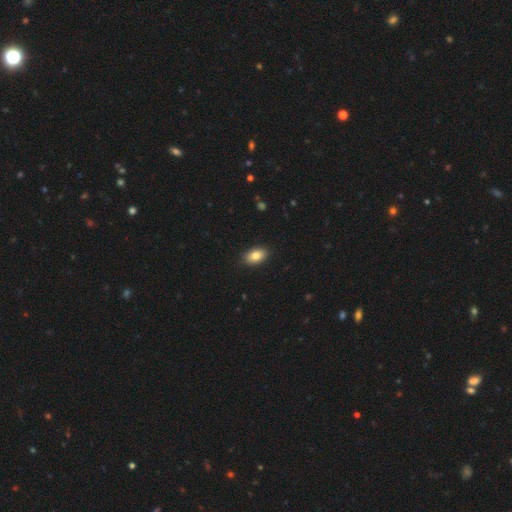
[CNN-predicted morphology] A smooth galaxy with no disk features (83%) that is in between round and cigar-shaped (91%). Merging: none (89%).